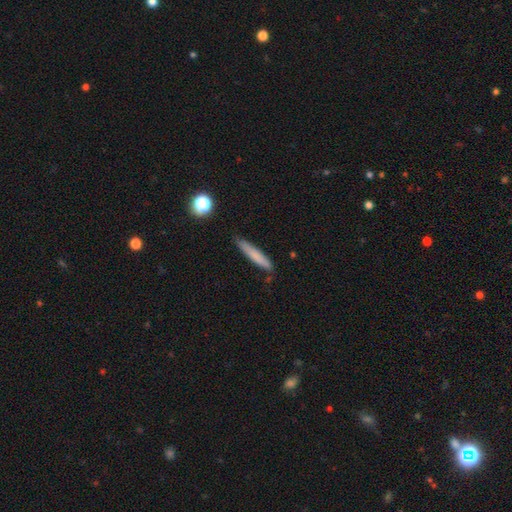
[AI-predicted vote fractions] A smooth galaxy with no disk features (75%) that is cigar-shaped (92%). Merging: none (80%).